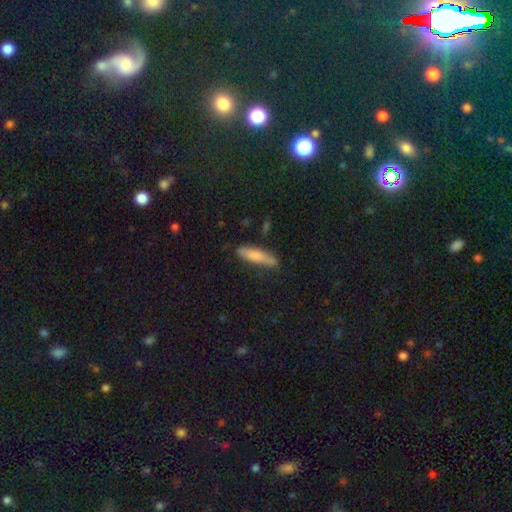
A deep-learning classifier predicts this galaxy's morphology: This appears to be a smooth galaxy with no disk features (76%) that is cigar-shaped (78%). Merging: none (77%).